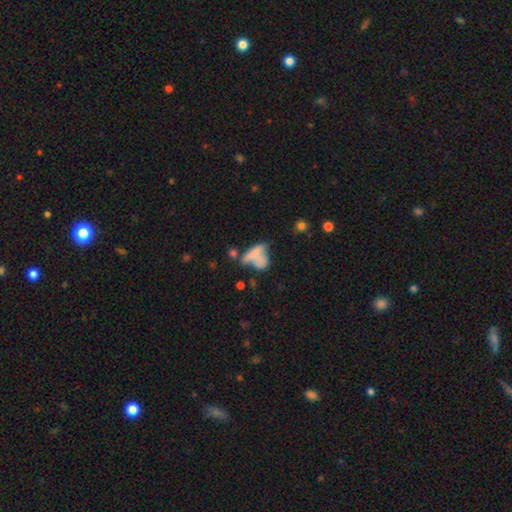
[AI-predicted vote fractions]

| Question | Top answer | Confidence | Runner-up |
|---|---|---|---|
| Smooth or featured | smooth | 59% | featured or disk (29%) |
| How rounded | in between | 59% | cigar-shaped (26%) |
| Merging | merger | 41% | none (28%) |